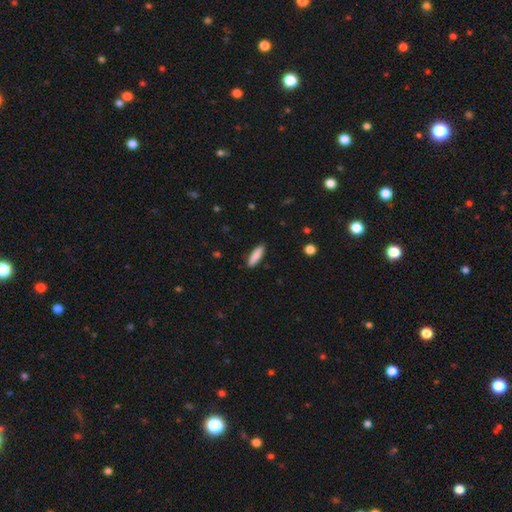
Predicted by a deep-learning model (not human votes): The model was most divided on "how rounded": cigar-shaped: 63%, in between: 35%, round: 1%. More confident: merging — none (89%); smooth or featured — smooth (87%).